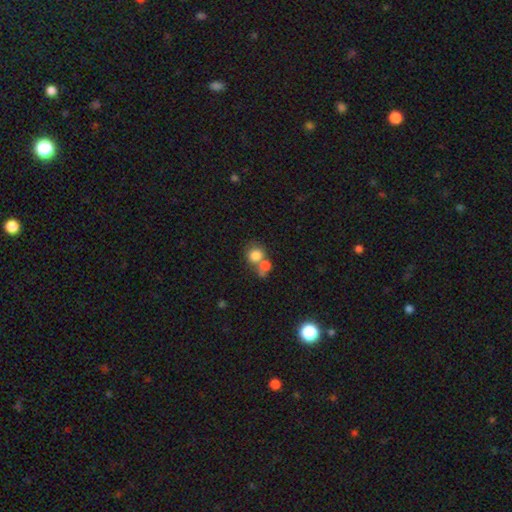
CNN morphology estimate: A smooth galaxy with no disk features (79%) that is round (75%). Merging: merger (51%).